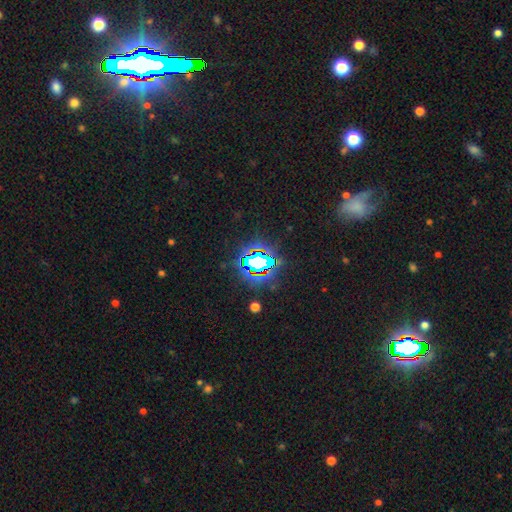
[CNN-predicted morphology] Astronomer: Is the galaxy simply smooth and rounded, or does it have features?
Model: star or artifact — 77%.